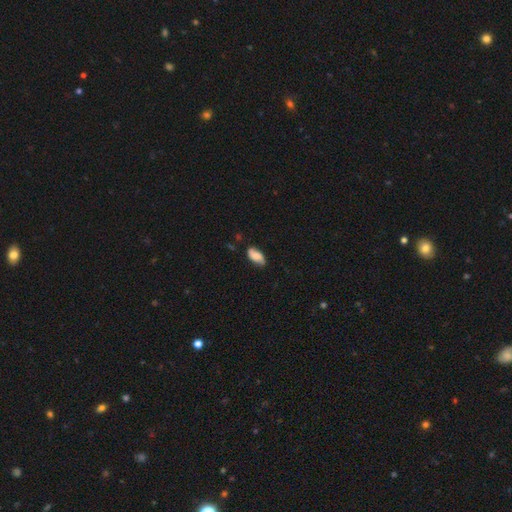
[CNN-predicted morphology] The model was most divided on "merging": none: 74%, minor disturbance: 20%, major disturbance: 4%, merger: 2%. More confident: how rounded — in between (90%); smooth or featured — smooth (76%).